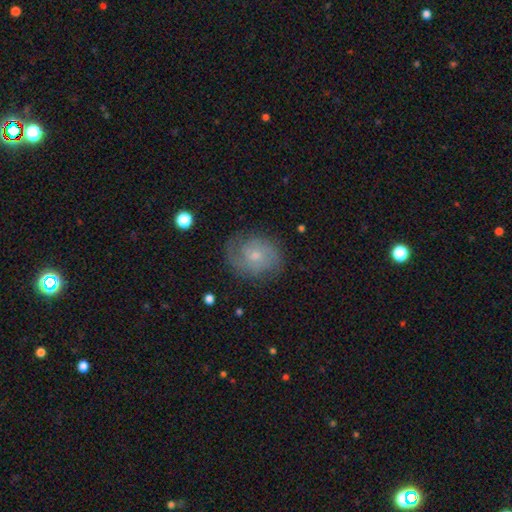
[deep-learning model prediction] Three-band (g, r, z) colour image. It shows a featured or disk galaxy (66%) with no bar (68%), 2 (58%) tight (46%) spiral arms (90%) and a small central bulge (56%). Merging: none (75%).